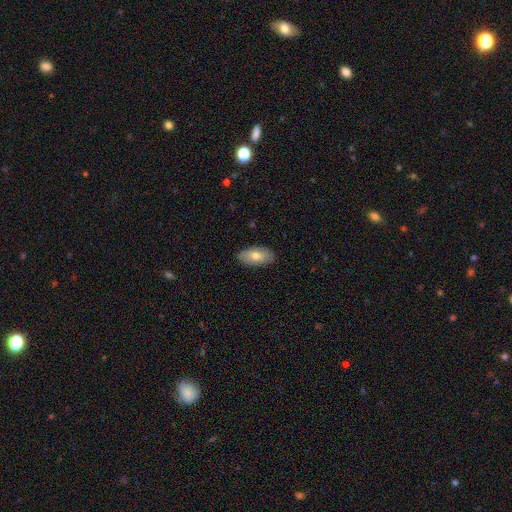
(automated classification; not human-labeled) smooth-or-featured: smooth: 74% | featured or disk: 19% | star or artifact: 6%
  how-rounded: in between: 92% | cigar-shaped: 5% | round: 3%
  merging: none: 87% | minor disturbance: 10% | major disturbance: 2% | merger: 1%